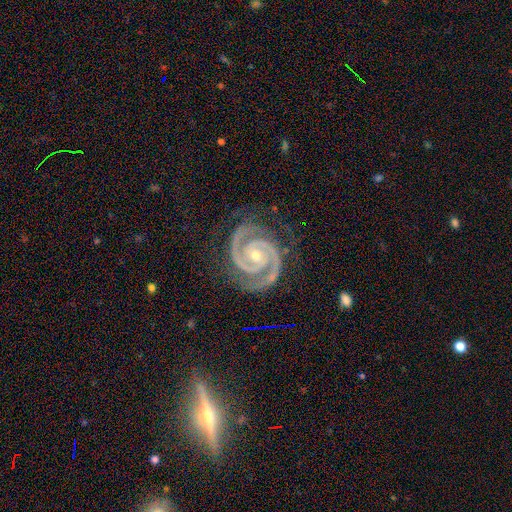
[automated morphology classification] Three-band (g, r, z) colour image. It shows a featured or disk galaxy (95%) with no bar (62%), 2 (92%) tight (72%) spiral arms (99%) and a small central bulge (58%). Merging: none (81%).